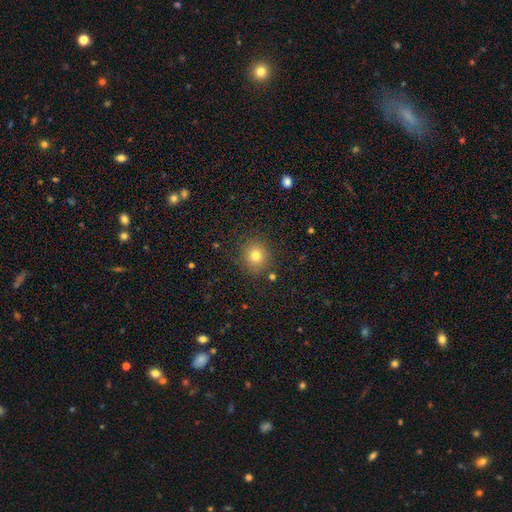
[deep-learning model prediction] Smooth or featured? Predicted: smooth (p=0.78). How rounded? Predicted: round (p=0.87). Merging? Predicted: none (p=0.87).